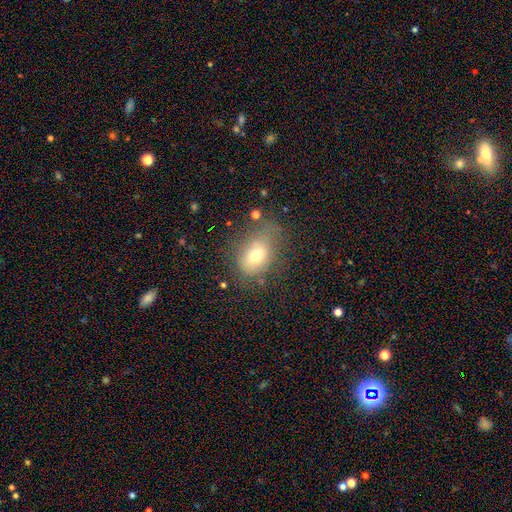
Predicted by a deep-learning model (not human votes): smooth-or-featured: smooth: 68% | featured or disk: 20% | star or artifact: 13%
  how-rounded: in between: 69% | round: 29% | cigar-shaped: 2%
  merging: none: 45% | minor disturbance: 29% | major disturbance: 20% | merger: 5%